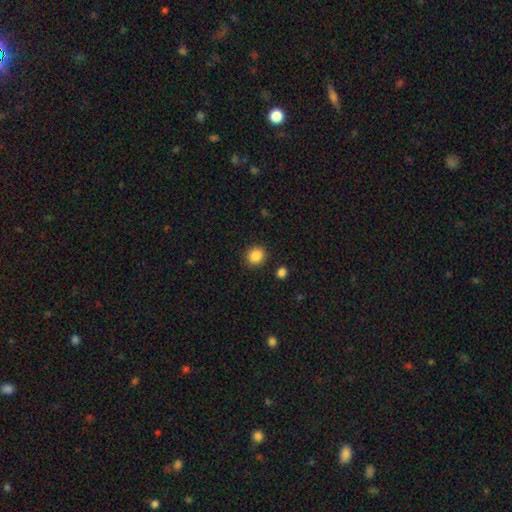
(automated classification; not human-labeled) smooth-or-featured: smooth: 87% | star or artifact: 10% | featured or disk: 4%
  how-rounded: round: 85% | in between: 14% | cigar-shaped: 1%
  merging: none: 90% | minor disturbance: 6% | major disturbance: 2% | merger: 2%